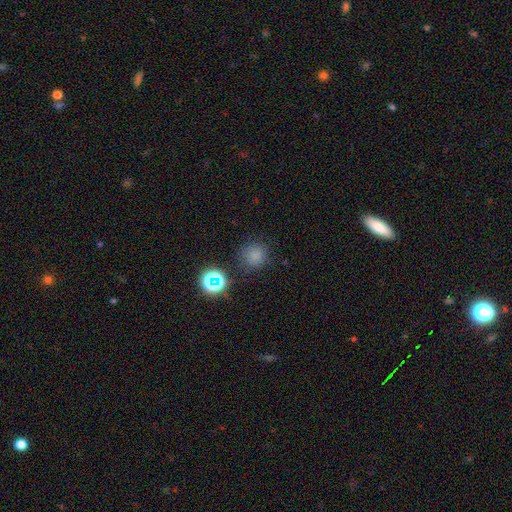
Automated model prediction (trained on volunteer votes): smooth_or_featured: smooth (p=0.74) [alt: star or artifact p=0.20]
how_rounded: round (p=0.92) [alt: in between p=0.07]
merging: none (p=0.82) [alt: minor disturbance p=0.11]